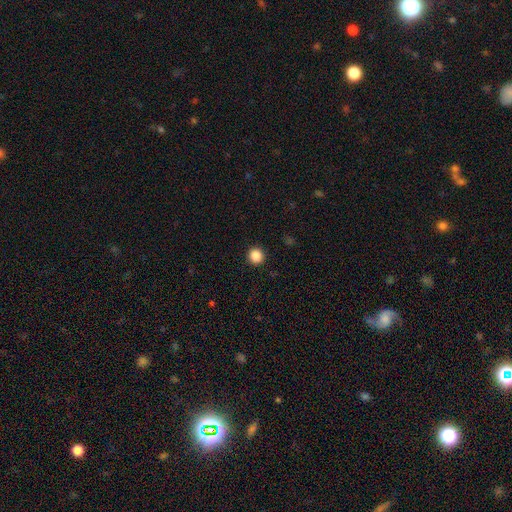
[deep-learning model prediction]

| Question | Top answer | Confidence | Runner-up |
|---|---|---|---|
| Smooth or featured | smooth | 87% | star or artifact (10%) |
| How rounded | round | 93% | in between (6%) |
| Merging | none | 93% | minor disturbance (5%) |